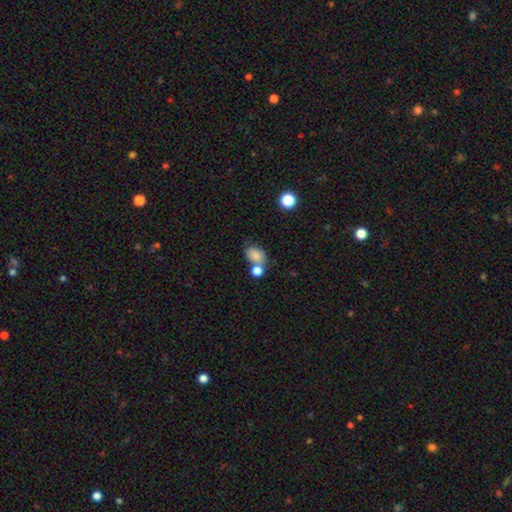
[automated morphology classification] Smooth or featured? Predicted: smooth (p=0.81). How rounded? Predicted: in between (p=0.74). Merging? Predicted: none (p=0.42).